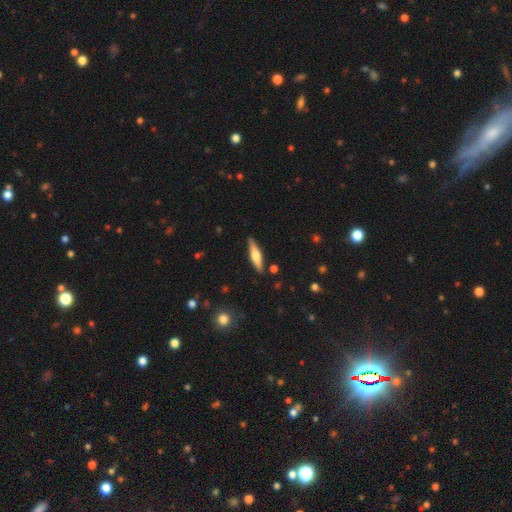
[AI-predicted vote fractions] Overall: featured or disk (51%; smooth 43%). Edge-on disk: yes (94%). Merging: none (88%).